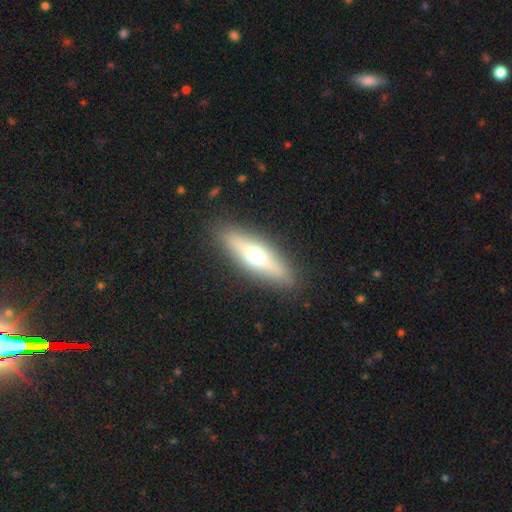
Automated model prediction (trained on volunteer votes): Overall: smooth (48%; featured or disk 44%). Merging: none (88%).